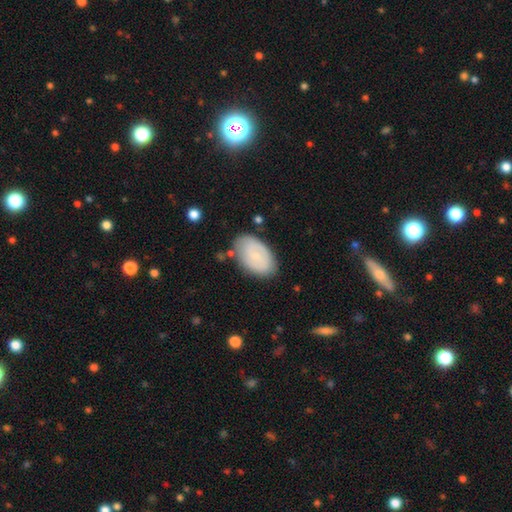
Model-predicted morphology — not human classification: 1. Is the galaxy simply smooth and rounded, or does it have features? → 66% smooth, 27% featured or disk, 7% star or artifact.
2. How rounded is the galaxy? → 93% in between, 5% round, 1% cigar-shaped.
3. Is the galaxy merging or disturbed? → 76% none, 17% minor disturbance, 4% major disturbance, 3% merger.